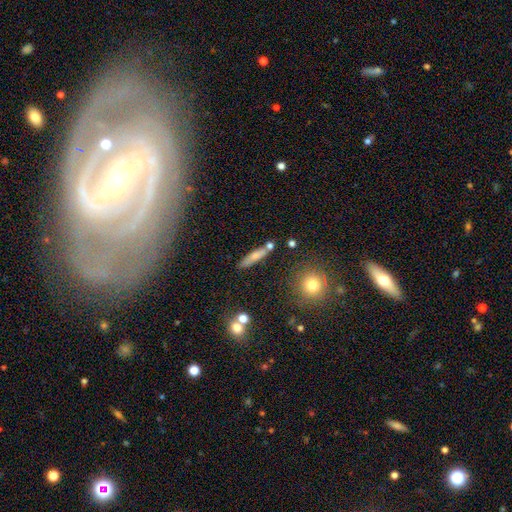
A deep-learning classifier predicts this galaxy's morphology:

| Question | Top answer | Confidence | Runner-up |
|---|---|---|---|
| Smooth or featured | smooth | 68% | featured or disk (23%) |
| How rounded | cigar-shaped | 79% | in between (18%) |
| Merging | none | 73% | minor disturbance (13%) |